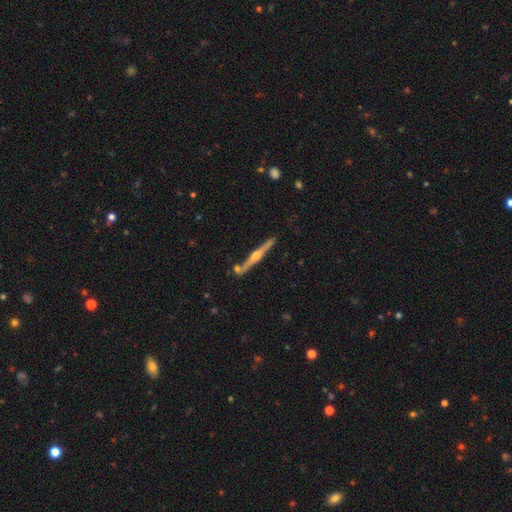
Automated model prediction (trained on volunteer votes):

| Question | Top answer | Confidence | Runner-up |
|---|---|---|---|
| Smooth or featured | featured or disk | 83% | smooth (12%) |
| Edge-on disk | yes | 98% | no (2%) |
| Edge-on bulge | rounded | 92% | boxy (4%) |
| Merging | none | 85% | minor disturbance (9%) |